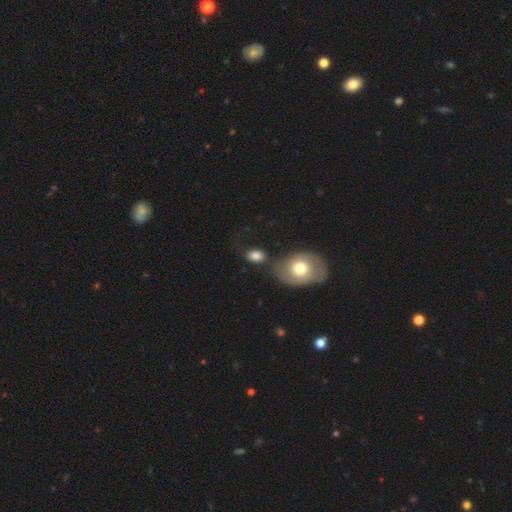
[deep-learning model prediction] smooth_or_featured: smooth (p=0.79) [alt: featured or disk p=0.13]
how_rounded: in between (p=0.75) [alt: round p=0.23]
merging: none (p=0.56) [alt: merger p=0.19]